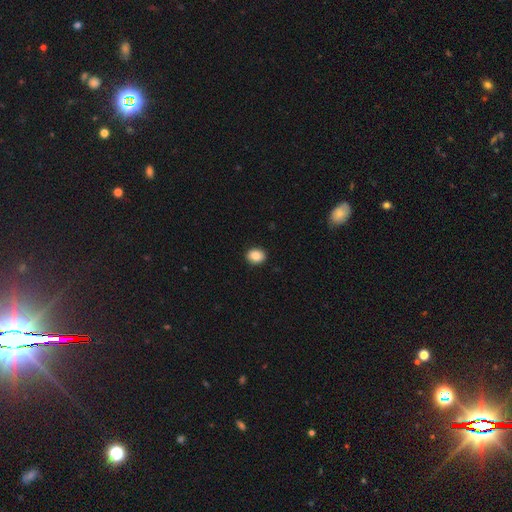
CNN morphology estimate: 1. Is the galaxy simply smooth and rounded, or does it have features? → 88% smooth, 8% star or artifact, 4% featured or disk.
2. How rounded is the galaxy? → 53% round, 46% in between, 1% cigar-shaped.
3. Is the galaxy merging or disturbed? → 91% none, 7% minor disturbance, 2% major disturbance, 1% merger.